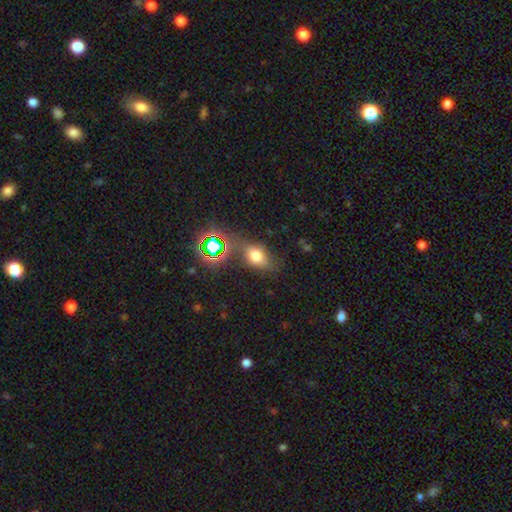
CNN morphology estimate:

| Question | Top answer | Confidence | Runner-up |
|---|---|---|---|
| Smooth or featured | smooth | 60% | star or artifact (23%) |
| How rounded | in between | 71% | round (25%) |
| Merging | none | 62% | minor disturbance (20%) |